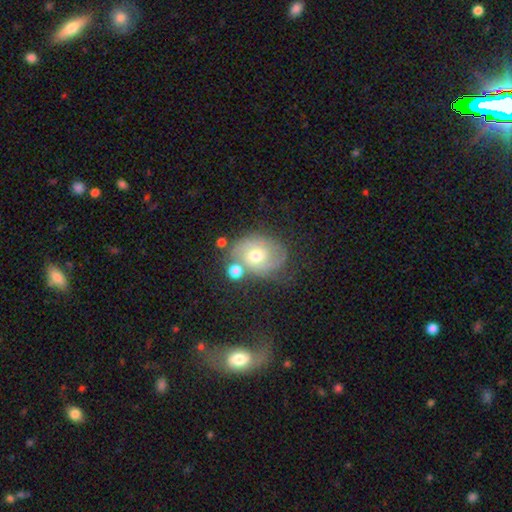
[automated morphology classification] Smooth or featured?
  - featured or disk: 59% *
  - smooth: 31%
  - star or artifact: 10%
Edge-on disk?
  - no: 96% *
  - yes: 4%
Bar?
  - no: 69% *
  - weak: 27%
  - strong: 5%
Spiral arms?
  - yes: 82% *
  - no: 18%
Bulge size?
  - moderate: 70% *
  - small: 22%
  - large: 6%
  - none: 1%
  - dominant: 1%
Merging?
  - none: 54% *
  - minor disturbance: 21%
  - merger: 14%
  - major disturbance: 11%